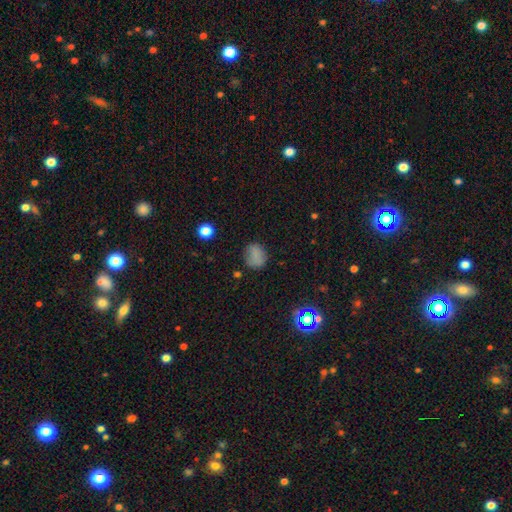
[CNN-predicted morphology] A smooth galaxy with no disk features (79%) that is round (67%). Merging: none (75%).